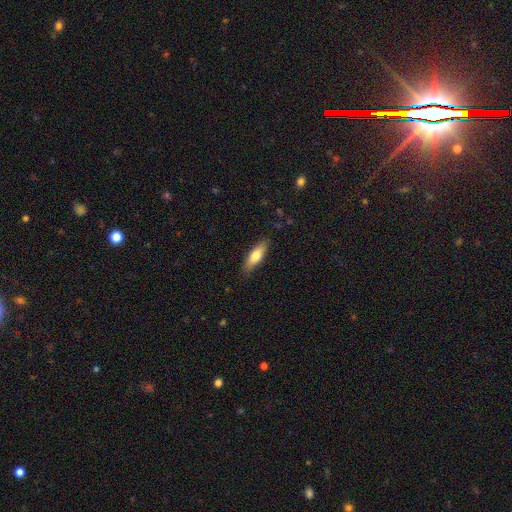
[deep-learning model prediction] Smooth or featured?
  - smooth: 72% *
  - featured or disk: 22%
  - star or artifact: 6%
How rounded?
  - cigar-shaped: 50% *
  - in between: 48%
  - round: 2%
Merging?
  - none: 85% *
  - minor disturbance: 12%
  - major disturbance: 2%
  - merger: 1%